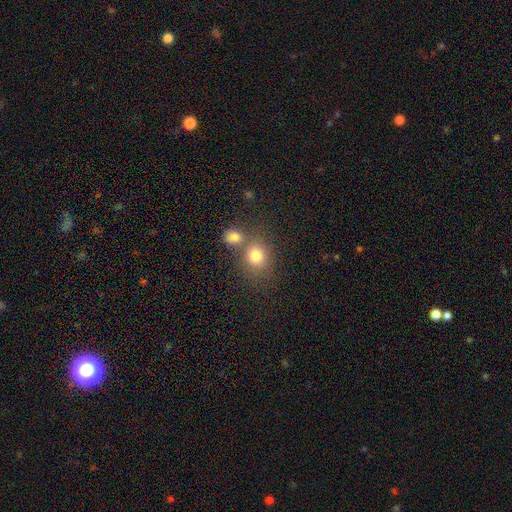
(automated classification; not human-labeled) Smooth or featured? smooth (79%)
How rounded? round (73%)
Merging? none (55%)